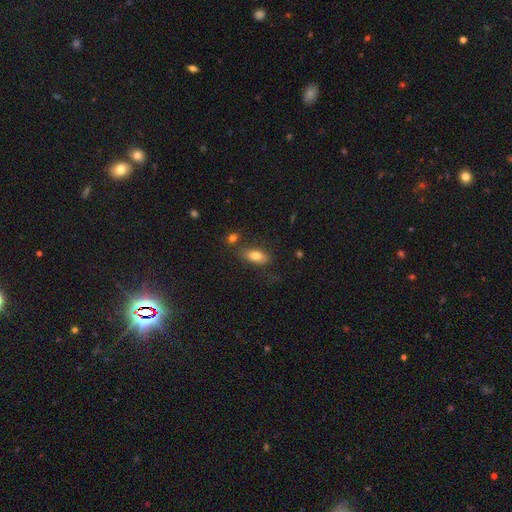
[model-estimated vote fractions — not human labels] This appears to be a smooth galaxy with no disk features (77%) that is in between round and cigar-shaped (84%). Merging: none (69%).